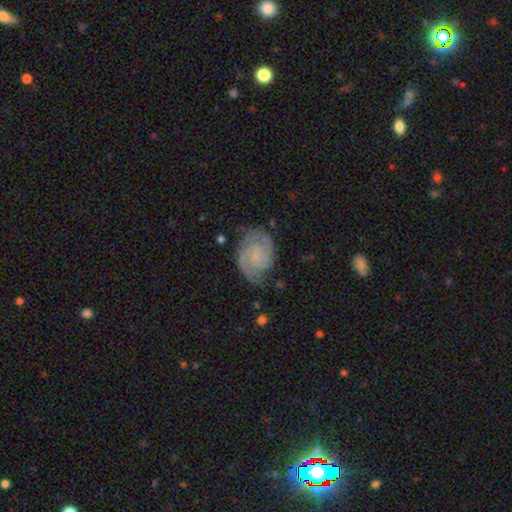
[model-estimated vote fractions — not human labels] featured or disk 85%, smooth 9%, star or artifact 6%. Down the decision tree: edge-on disk — no (98%); bar — no (66%); spiral arms — yes (97%); spiral arm count — 2 (87%); spiral winding — tight (49%); bulge size — small (59%); merging — none (76%).